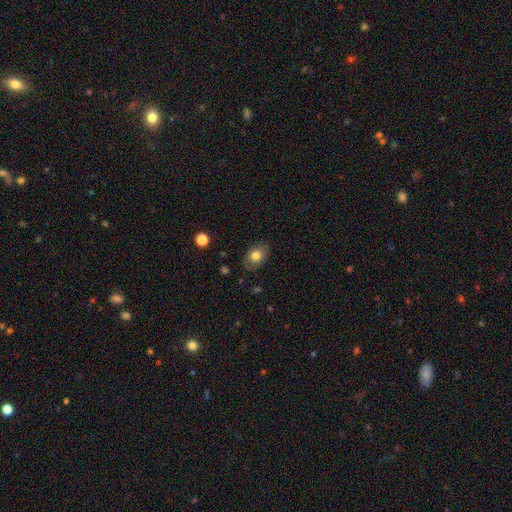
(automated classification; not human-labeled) smooth_or_featured: smooth (p=0.77) [alt: featured or disk p=0.14]
how_rounded: in between (p=0.74) [alt: round p=0.25]
merging: none (p=0.83) [alt: minor disturbance p=0.13]